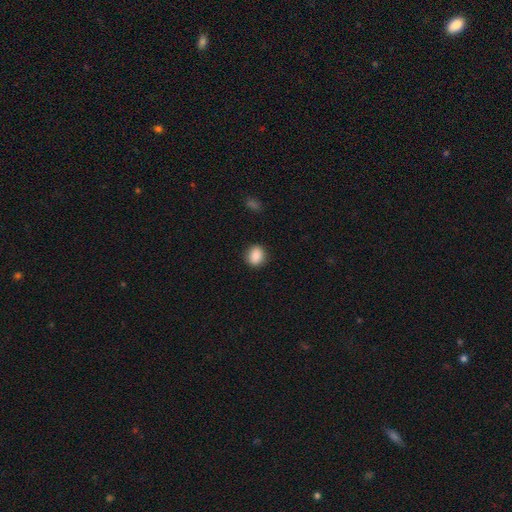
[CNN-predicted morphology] Smooth or featured?
  - smooth: 86% *
  - star or artifact: 8%
  - featured or disk: 5%
How rounded?
  - round: 75% *
  - in between: 24%
  - cigar-shaped: 1%
Merging?
  - none: 89% *
  - minor disturbance: 8%
  - major disturbance: 2%
  - merger: 1%